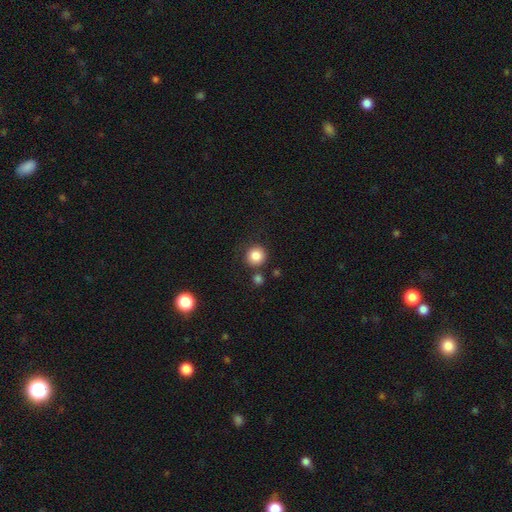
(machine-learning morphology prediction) Smooth or featured: smooth — 85% (star or artifact — 10%)
How rounded: round — 93% (in between — 6%)
Merging: none — 79% (minor disturbance — 9%)